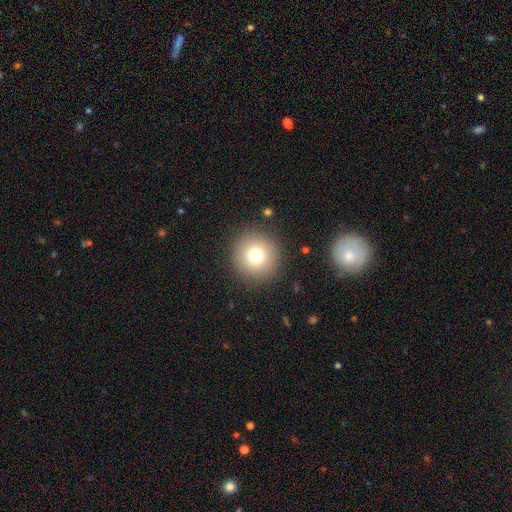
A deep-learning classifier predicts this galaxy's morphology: Q: Smooth or featured?
A: smooth (76%); runner-up: star or artifact (13%)
Q: How rounded?
A: round (95%); runner-up: in between (4%)
Q: Merging?
A: none (90%); runner-up: minor disturbance (6%)